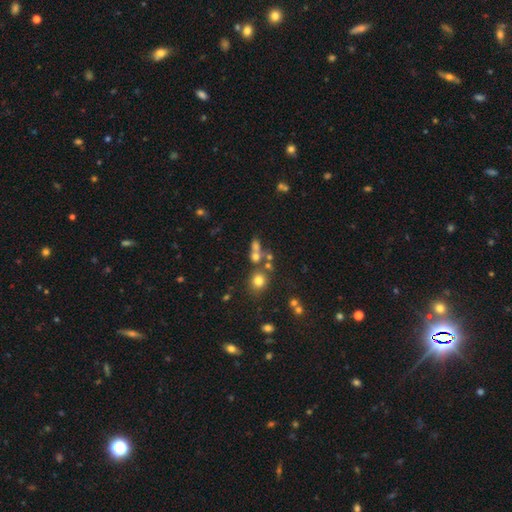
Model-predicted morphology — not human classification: type=smooth (62%); roundness=round (67%); merging=none (46%).